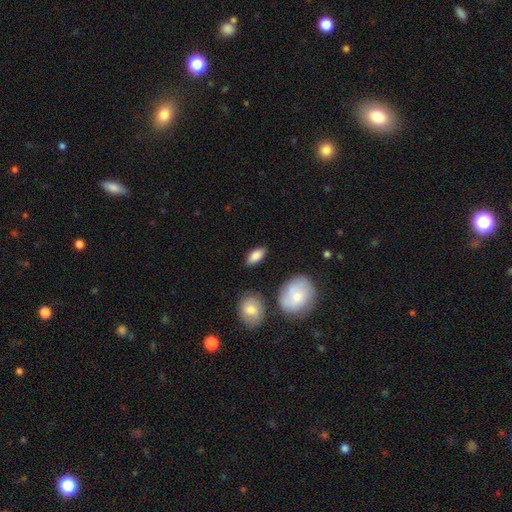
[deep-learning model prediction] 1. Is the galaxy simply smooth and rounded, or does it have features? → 84% smooth, 10% featured or disk, 6% star or artifact.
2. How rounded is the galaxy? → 88% in between, 8% cigar-shaped, 4% round.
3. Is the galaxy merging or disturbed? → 83% none, 12% minor disturbance, 3% merger, 3% major disturbance.